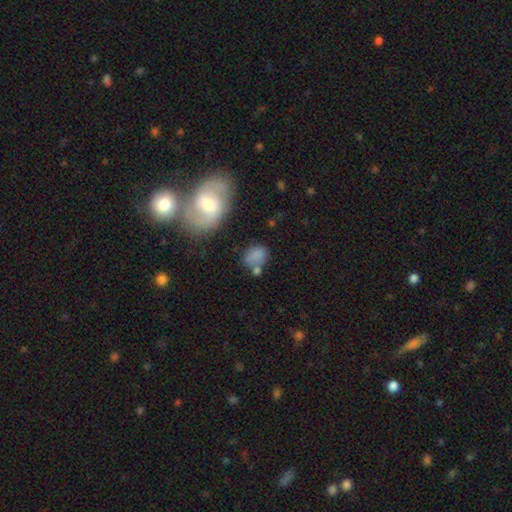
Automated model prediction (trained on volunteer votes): Smooth or featured? Predicted: smooth (p=0.77). How rounded? Predicted: in between (p=0.61). Merging? Predicted: none (p=0.53).